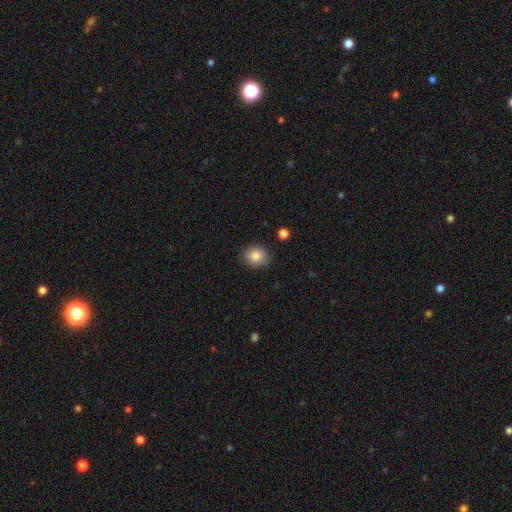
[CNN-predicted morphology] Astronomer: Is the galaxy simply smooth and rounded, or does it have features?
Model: smooth — 85%.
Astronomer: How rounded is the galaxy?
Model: round — 65%.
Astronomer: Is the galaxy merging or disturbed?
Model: none — 87%.